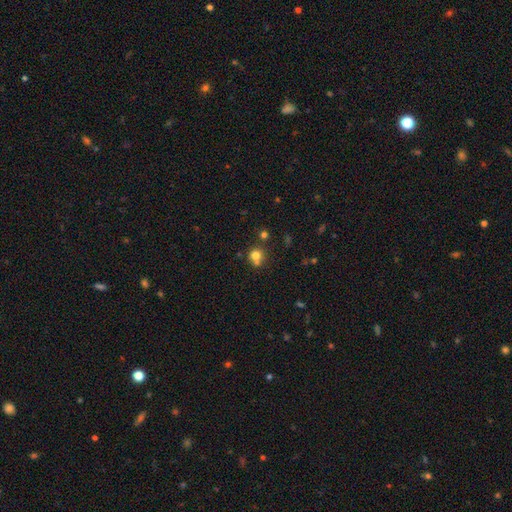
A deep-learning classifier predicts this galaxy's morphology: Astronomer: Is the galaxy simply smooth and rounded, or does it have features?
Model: smooth — 75%.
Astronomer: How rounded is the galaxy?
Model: round — 87%.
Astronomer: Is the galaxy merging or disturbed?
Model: none — 58%.